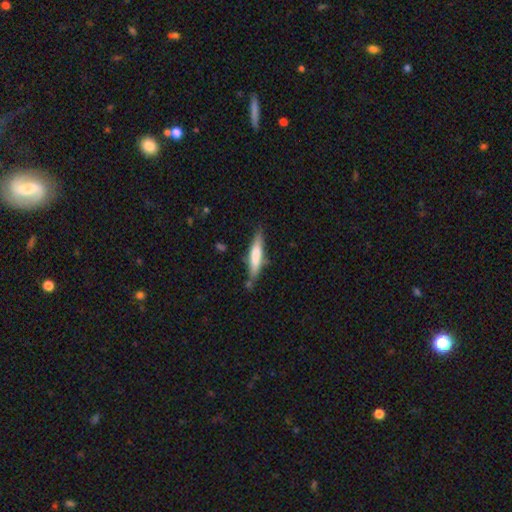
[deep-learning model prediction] The model was most divided on "smooth or featured": smooth: 66%, featured or disk: 28%, star or artifact: 5%. More confident: how rounded — cigar-shaped (84%); merging — none (75%).